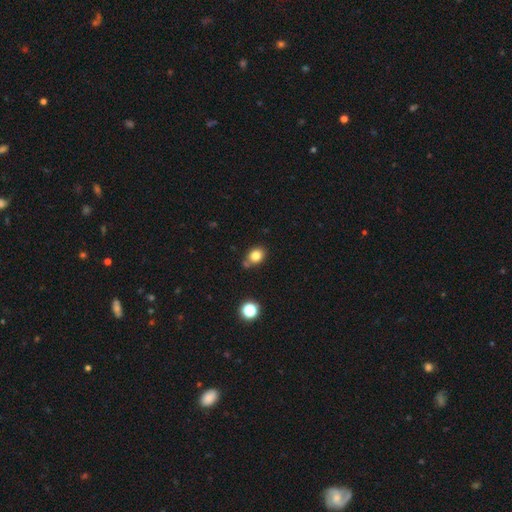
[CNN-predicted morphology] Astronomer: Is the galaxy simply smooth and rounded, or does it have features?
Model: smooth — 81%.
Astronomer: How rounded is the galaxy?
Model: round — 50% (runner-up: in between, 49%).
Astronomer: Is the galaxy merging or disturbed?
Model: none — 70%.